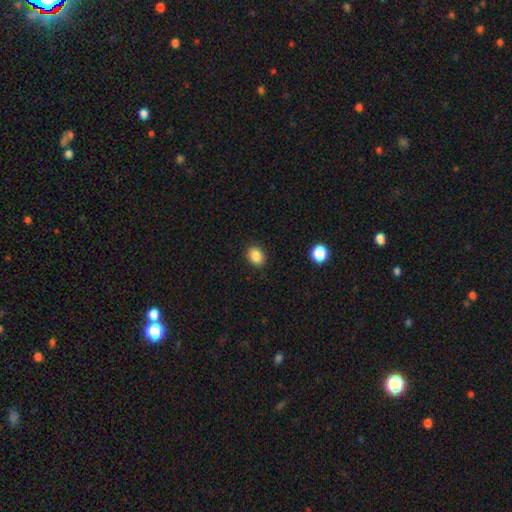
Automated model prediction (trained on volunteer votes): This is clearly a smooth galaxy (87%). How rounded: possibly in between (56%). Merging: clearly none (89%).